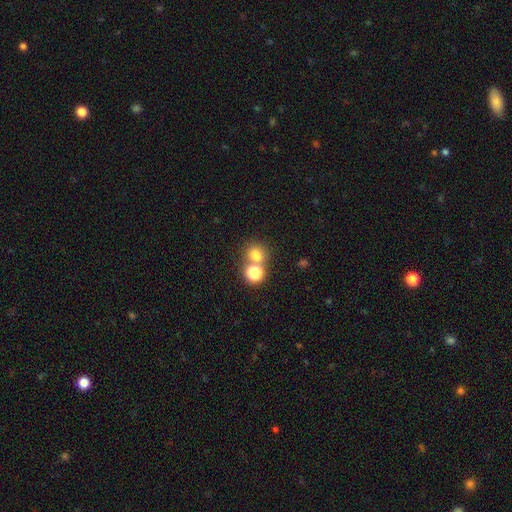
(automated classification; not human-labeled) The model was most divided on "merging": none: 49%, merger: 38%, minor disturbance: 8%, major disturbance: 4%. More confident: smooth or featured — smooth (73%); how rounded — round (68%).